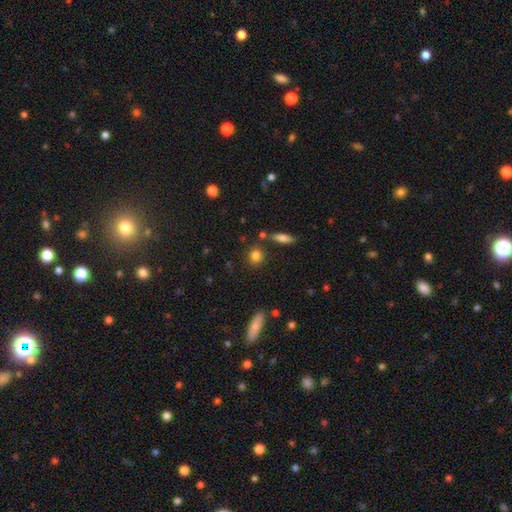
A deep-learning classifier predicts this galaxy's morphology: smooth 82%, star or artifact 10%, featured or disk 7%. Down the decision tree: how rounded — round (74%); merging — none (80%).